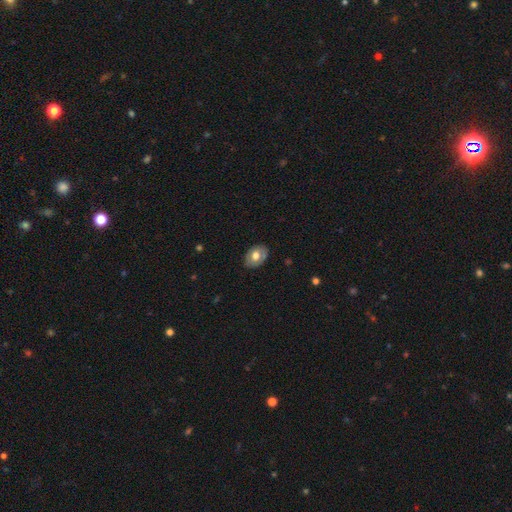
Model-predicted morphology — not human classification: smooth 61%, featured or disk 33%, star or artifact 7%. Down the decision tree: how rounded — in between (78%); merging — none (83%).